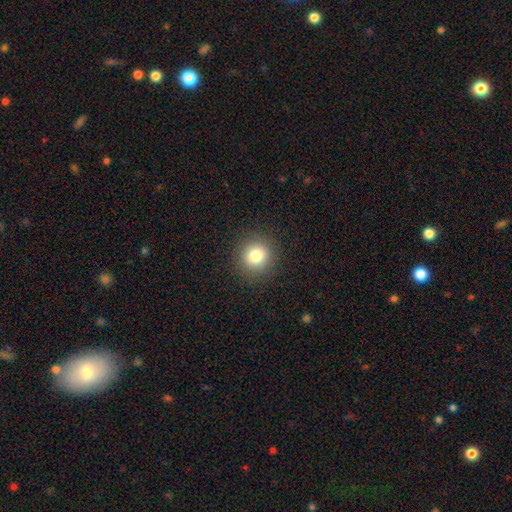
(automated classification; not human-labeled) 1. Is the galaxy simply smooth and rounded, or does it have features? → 82% smooth, 11% star or artifact, 7% featured or disk.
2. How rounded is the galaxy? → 89% round, 10% in between, 1% cigar-shaped.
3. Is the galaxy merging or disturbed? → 90% none, 7% minor disturbance, 3% major disturbance, 1% merger.